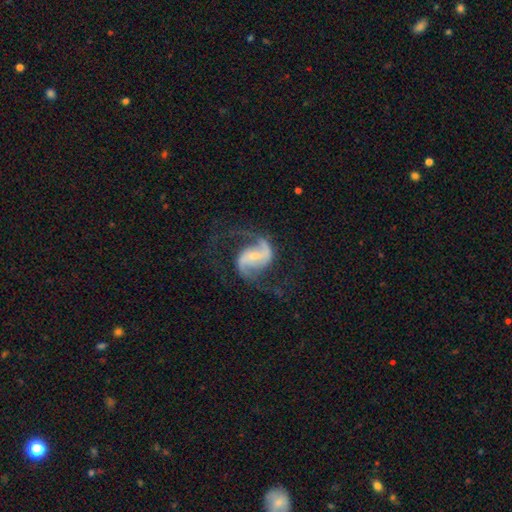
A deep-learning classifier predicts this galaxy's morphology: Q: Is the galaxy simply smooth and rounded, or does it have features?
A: featured or disk — 90%.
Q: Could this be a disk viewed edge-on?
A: no — 98%.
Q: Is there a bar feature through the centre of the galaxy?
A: weak — 43%.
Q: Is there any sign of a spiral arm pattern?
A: yes — 97%.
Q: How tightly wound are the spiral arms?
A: loose — 51%.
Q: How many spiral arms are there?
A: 2 — 93%.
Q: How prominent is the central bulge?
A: small — 57%.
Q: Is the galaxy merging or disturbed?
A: none — 69%.